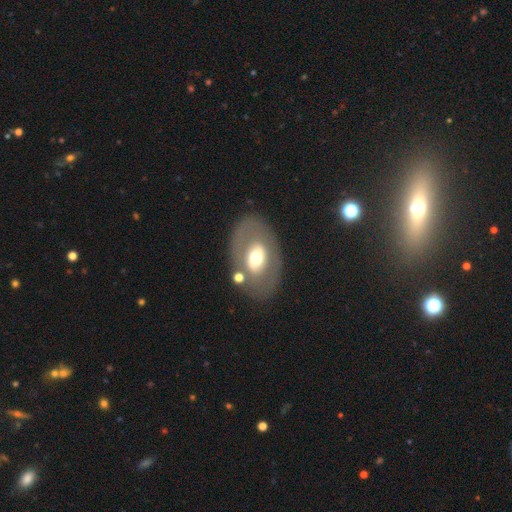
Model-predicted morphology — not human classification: The model was most divided on "smooth or featured": featured or disk: 52%, smooth: 41%, star or artifact: 7%. More confident: edge-on disk — no (89%); merging — none (77%).